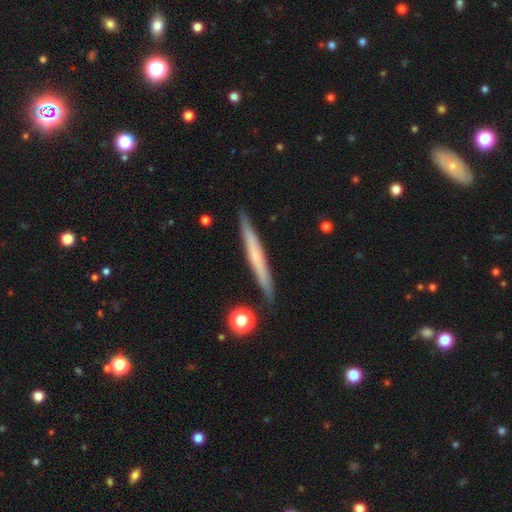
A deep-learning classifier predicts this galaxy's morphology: The model was most divided on "smooth or featured": featured or disk: 51%, smooth: 43%, star or artifact: 6%. More confident: edge-on disk — yes (96%); merging — none (90%).